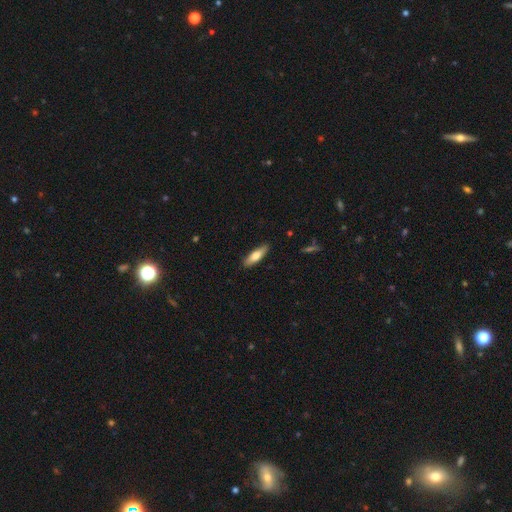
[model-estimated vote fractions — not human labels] smooth_or_featured: smooth (p=0.69) [alt: featured or disk p=0.25]
how_rounded: cigar-shaped (p=0.56) [alt: in between p=0.42]
merging: none (p=0.87) [alt: minor disturbance p=0.10]